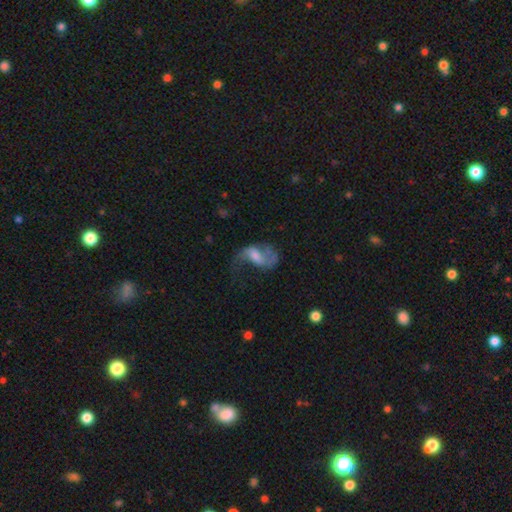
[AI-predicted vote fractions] Smooth or featured: featured or disk — 69% (smooth — 22%)
Edge-on disk: no — 96% (yes — 4%)
Bar: weak — 48% (no — 35%)
Spiral arms: yes — 83% (no — 17%)
Spiral winding: loose — 70% (medium — 25%)
Spiral arm count: 2 — 74% (1 — 17%)
Bulge size: moderate — 35% (small — 30%)
Merging: major disturbance — 40% (none — 37%)